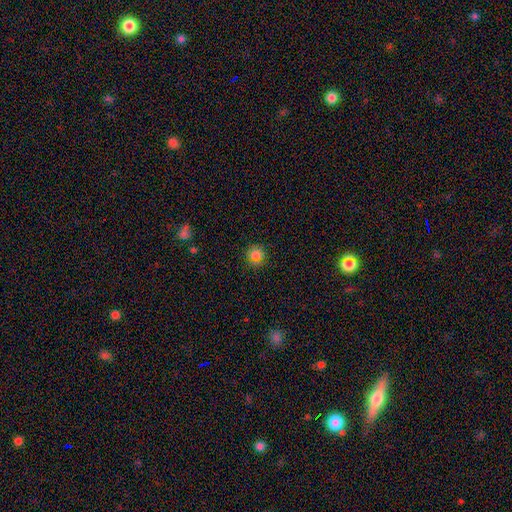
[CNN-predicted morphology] Overall: smooth (75%). How rounded: round (92%). Merging: none (87%).